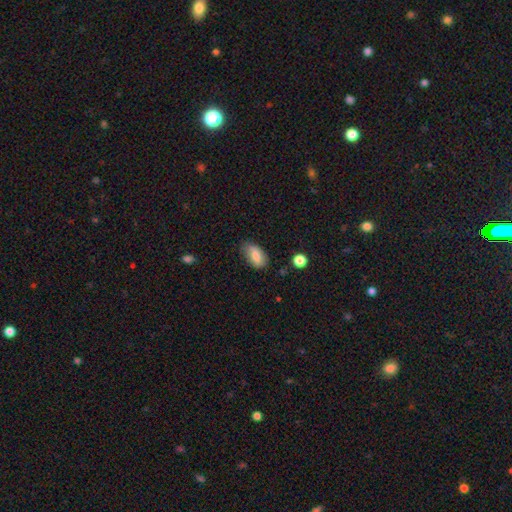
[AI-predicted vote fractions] A smooth galaxy with no disk features (81%) that is in between round and cigar-shaped (91%). Merging: none (68%).